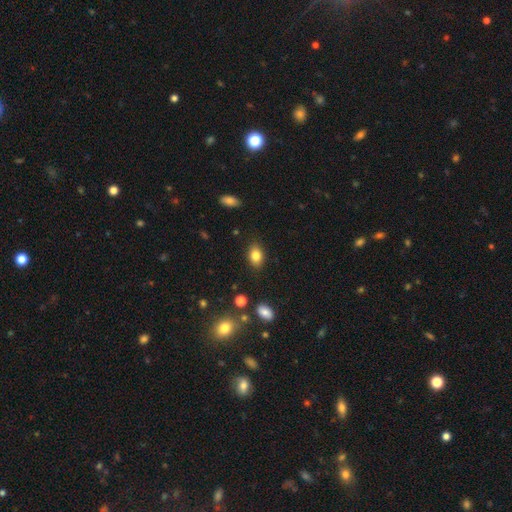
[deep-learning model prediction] This is clearly a smooth galaxy (83%). How rounded: likely in between (79%). Merging: clearly none (86%).